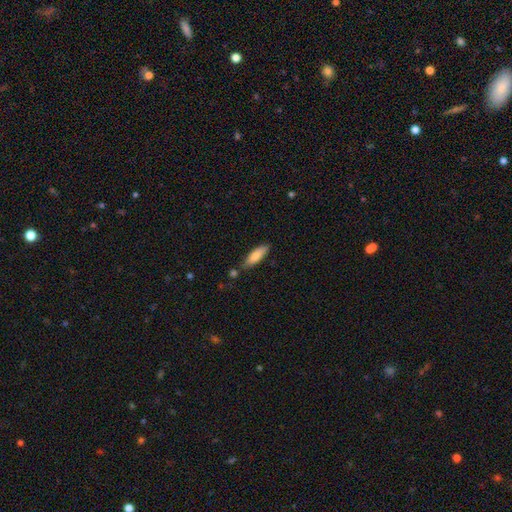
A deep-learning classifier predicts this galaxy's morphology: The model was most divided on "how rounded": in between: 51%, cigar-shaped: 47%, round: 2%. More confident: smooth or featured — smooth (80%); merging — none (77%).